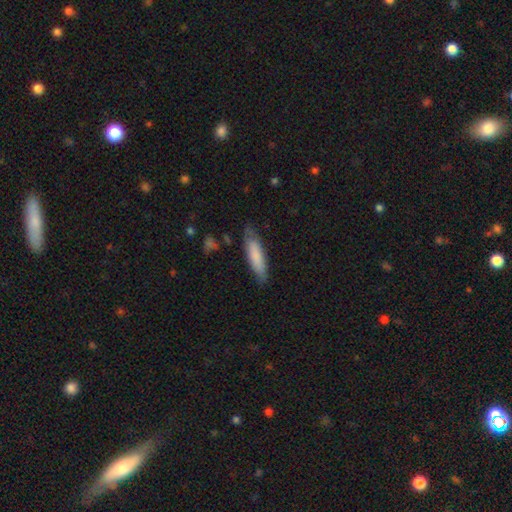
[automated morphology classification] This appears to be a smooth galaxy with no disk features (79%) that is cigar-shaped (69%). Merging: none (76%).